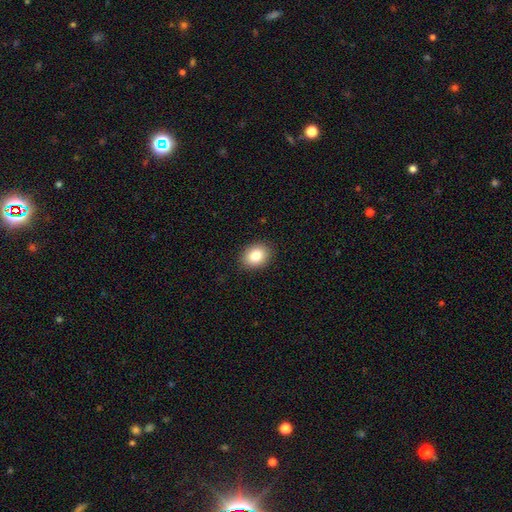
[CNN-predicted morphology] Smooth or featured: smooth — 84% (star or artifact — 9%)
How rounded: in between — 54% (round — 45%)
Merging: none — 89% (minor disturbance — 8%)